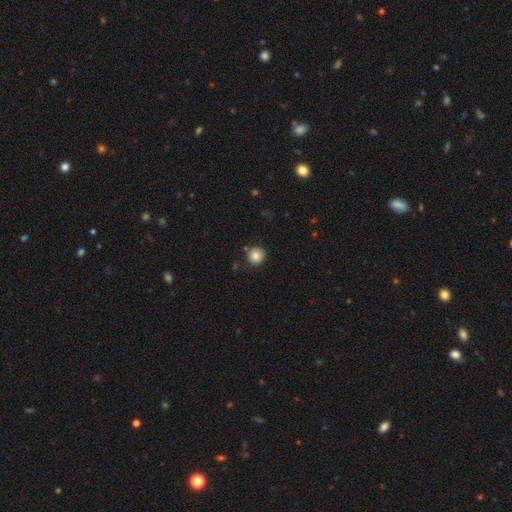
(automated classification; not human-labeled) A smooth galaxy with no disk features (86%) that is round (95%). Merging: none (87%).